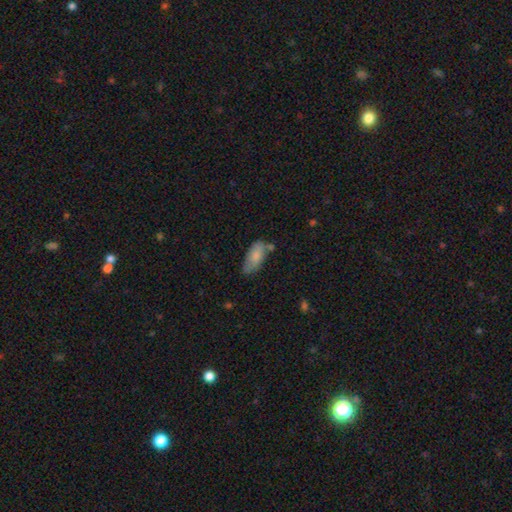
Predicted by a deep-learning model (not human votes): The model was most divided on "merging": none: 55%, minor disturbance: 29%, merger: 10%, major disturbance: 6%. More confident: how rounded — in between (88%); smooth or featured — smooth (79%).